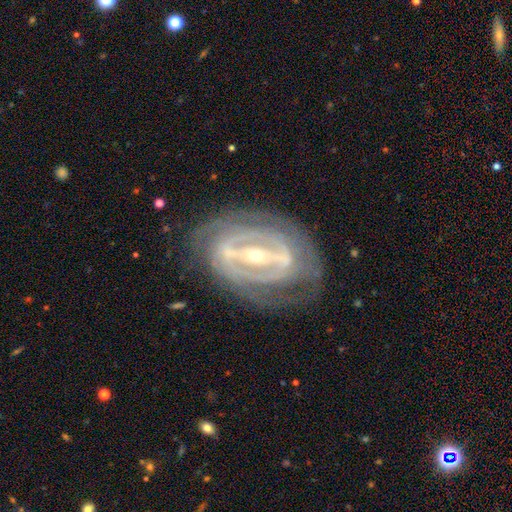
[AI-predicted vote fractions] Q: Smooth or featured?
A: featured or disk (88%); runner-up: smooth (6%)
Q: Edge-on disk?
A: no (91%); runner-up: yes (9%)
Q: Bar?
A: strong (78%); runner-up: weak (16%)
Q: Spiral arms?
A: yes (73%); runner-up: no (27%)
Q: Spiral winding?
A: tight (66%); runner-up: medium (25%)
Q: Spiral arm count?
A: 2 (41%); runner-up: can't tell (37%)
Q: Bulge size?
A: small (68%); runner-up: moderate (29%)
Q: Merging?
A: none (74%); runner-up: minor disturbance (15%)